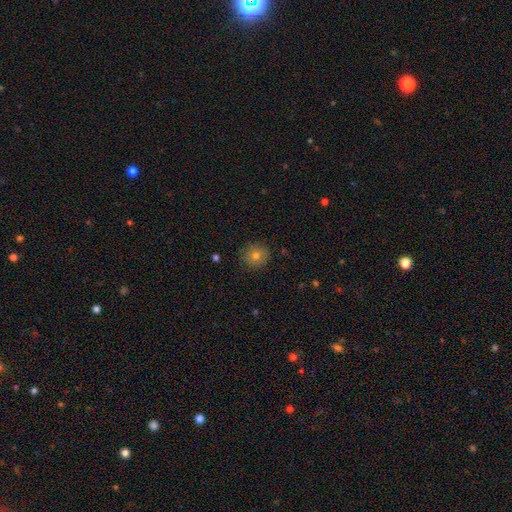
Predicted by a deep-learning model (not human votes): Morphology: type=smooth (74%); roundness=round (91%); merging=none (86%).